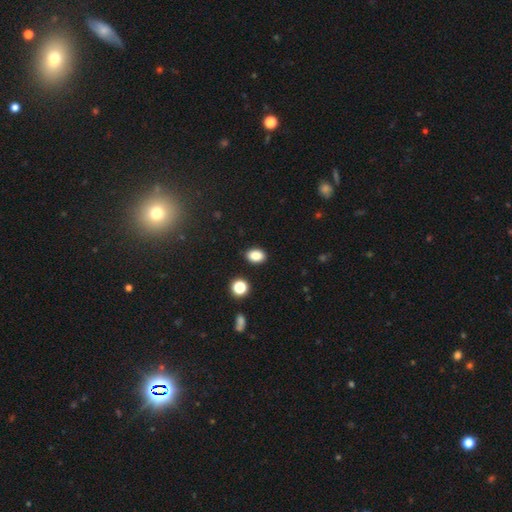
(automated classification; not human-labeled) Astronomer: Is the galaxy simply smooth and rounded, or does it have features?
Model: smooth — 86%.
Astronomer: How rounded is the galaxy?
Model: in between — 79%.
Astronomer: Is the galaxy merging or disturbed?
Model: none — 87%.